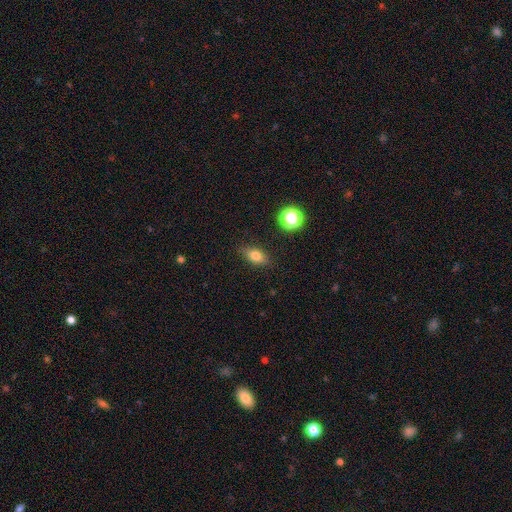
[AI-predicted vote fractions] smooth_or_featured: smooth (p=0.75) [alt: featured or disk p=0.14]
how_rounded: in between (p=0.79) [alt: round p=0.12]
merging: none (p=0.86) [alt: minor disturbance p=0.11]